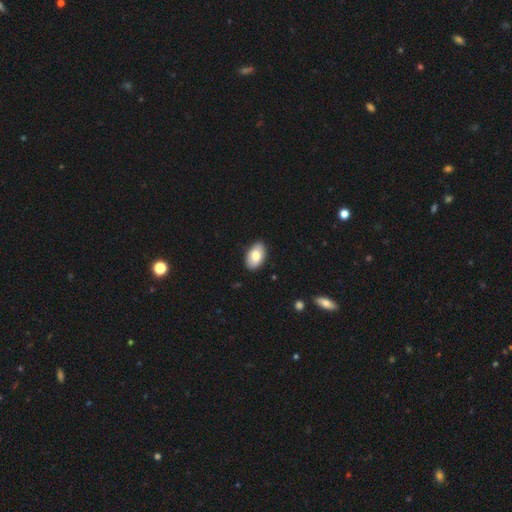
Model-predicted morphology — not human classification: Smooth or featured: smooth — 79% (featured or disk — 14%)
How rounded: in between — 93% (round — 5%)
Merging: none — 87% (minor disturbance — 10%)